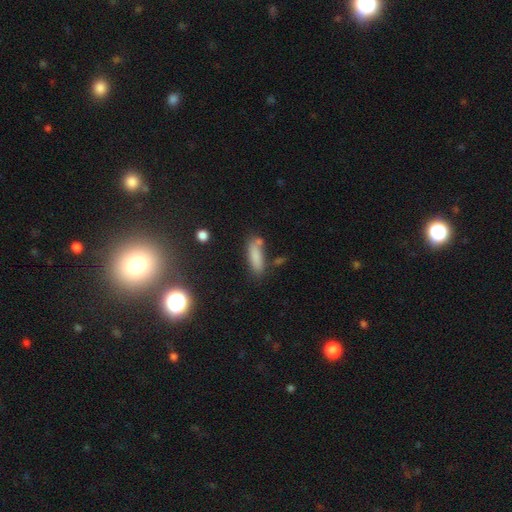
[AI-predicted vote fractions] The model was most divided on "how rounded": in between: 51%, cigar-shaped: 47%, round: 2%. More confident: smooth or featured — smooth (81%); merging — none (64%).